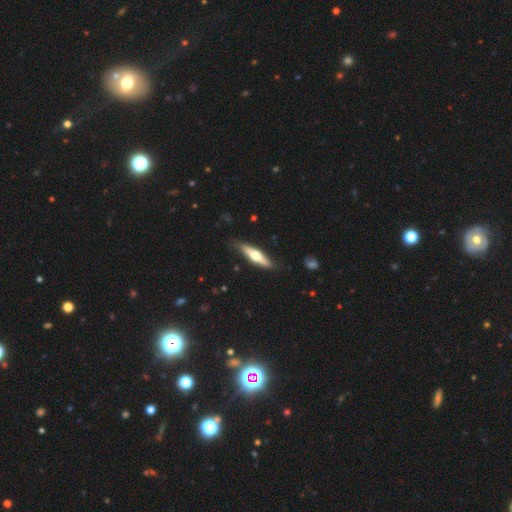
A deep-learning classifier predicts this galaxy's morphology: smooth_or_featured: featured or disk (p=0.57) [alt: smooth p=0.38]
disk_edge_on: yes (p=0.92) [alt: no p=0.08]
edge_on_bulge: rounded (p=0.94) [alt: boxy p=0.03]
merging: none (p=0.84) [alt: minor disturbance p=0.12]